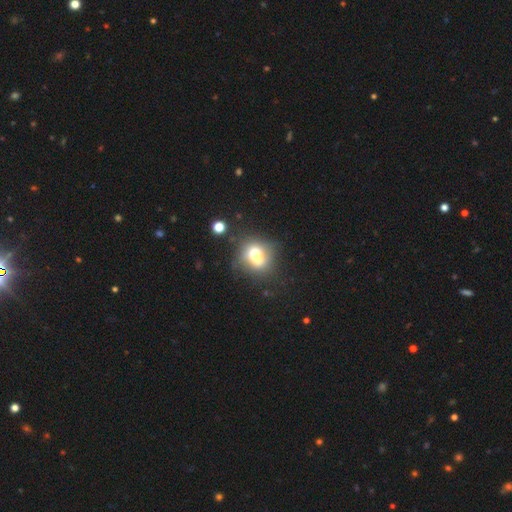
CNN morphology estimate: smooth 71%, featured or disk 18%, star or artifact 12%. Down the decision tree: how rounded — in between (57%); merging — none (61%).